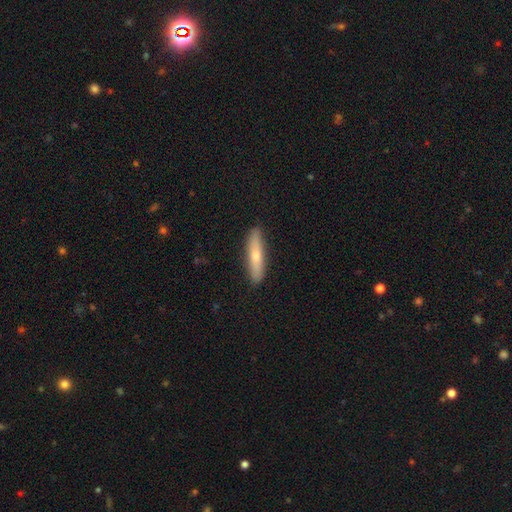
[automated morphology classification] A smooth galaxy with no disk features (64%) that is cigar-shaped (83%).

Vote fractions:
- Smooth or featured? smooth: 64% / featured or disk: 31% / star or artifact: 6%
- How rounded? cigar-shaped: 83% / in between: 15% / round: 2%
- Merging? none: 89% / minor disturbance: 8% / major disturbance: 2% / merger: 1%